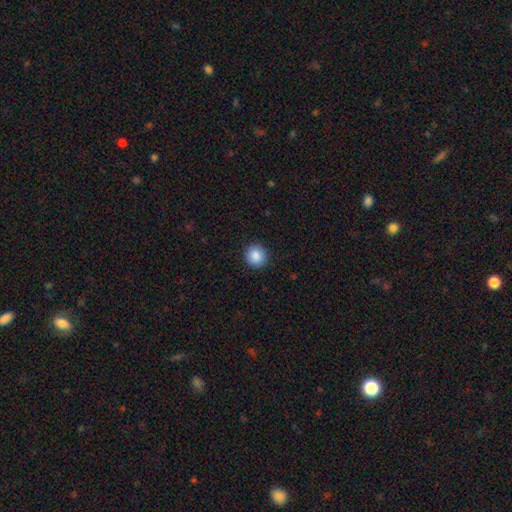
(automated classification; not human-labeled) This is clearly a smooth galaxy (87%). How rounded: clearly round (93%). Merging: clearly none (92%).